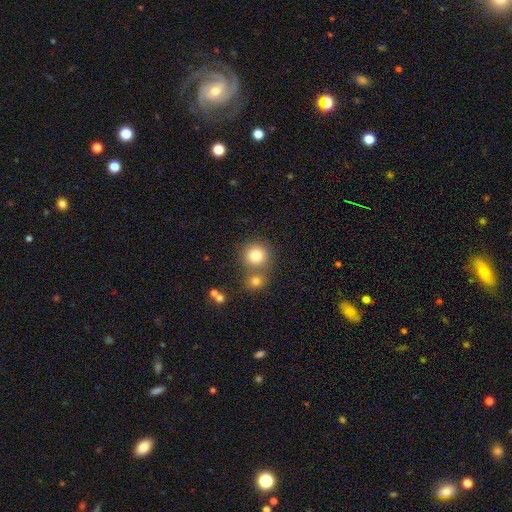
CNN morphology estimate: Smooth or featured?
  - smooth: 79% *
  - star or artifact: 12%
  - featured or disk: 9%
How rounded?
  - round: 91% *
  - in between: 8%
  - cigar-shaped: 1%
Merging?
  - none: 62% *
  - merger: 27%
  - minor disturbance: 8%
  - major disturbance: 3%